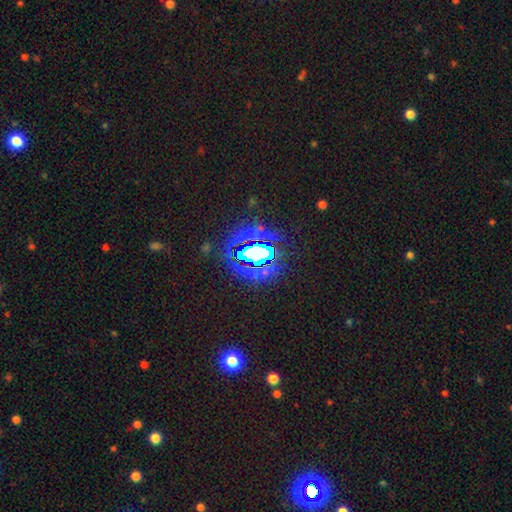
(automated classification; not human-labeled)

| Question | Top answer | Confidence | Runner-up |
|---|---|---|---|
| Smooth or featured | star or artifact | 79% | smooth (11%) |